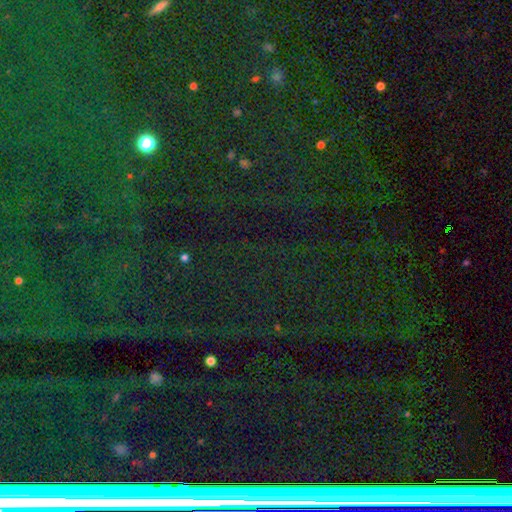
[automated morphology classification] type=star or artifact (82%).